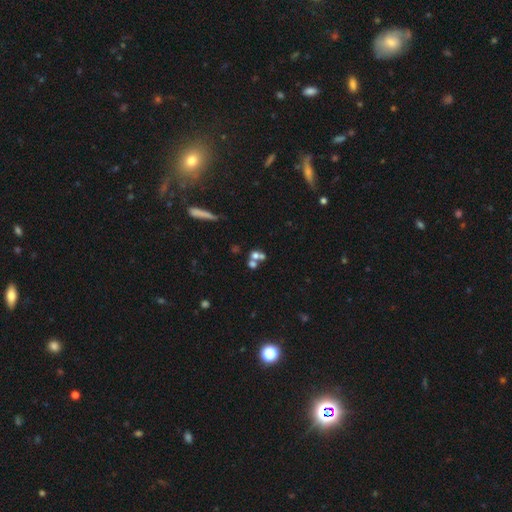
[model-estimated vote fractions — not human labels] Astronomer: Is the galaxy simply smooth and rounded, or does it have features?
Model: smooth — 58%.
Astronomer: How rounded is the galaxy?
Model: round — 65%.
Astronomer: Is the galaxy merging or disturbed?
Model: merger — 53% (runner-up: none, 35%).